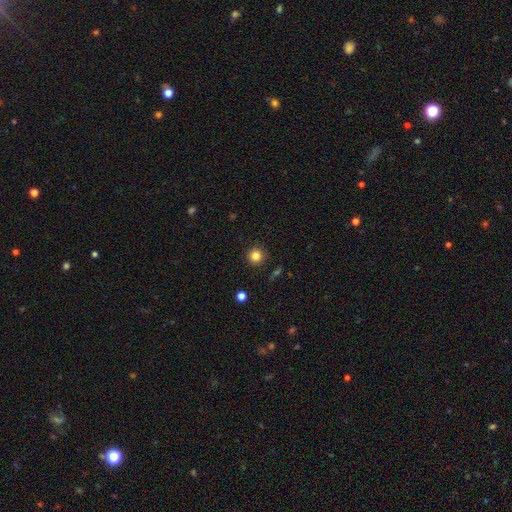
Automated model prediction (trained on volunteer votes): smooth 82%, star or artifact 12%, featured or disk 6%. Down the decision tree: how rounded — round (95%); merging — none (91%).